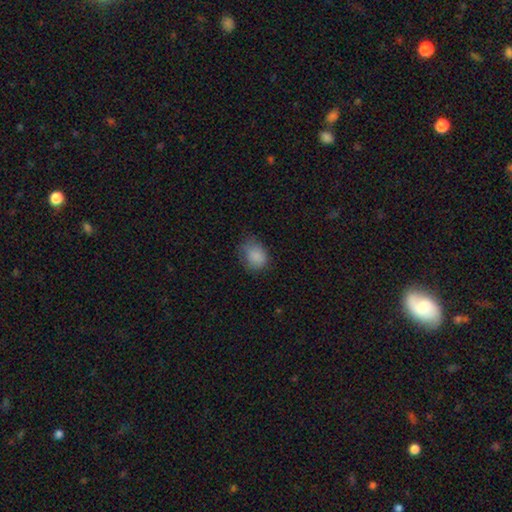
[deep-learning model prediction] The model was most divided on "how rounded": in between: 50%, round: 49%, cigar-shaped: 1%. More confident: smooth or featured — smooth (85%); merging — none (59%).